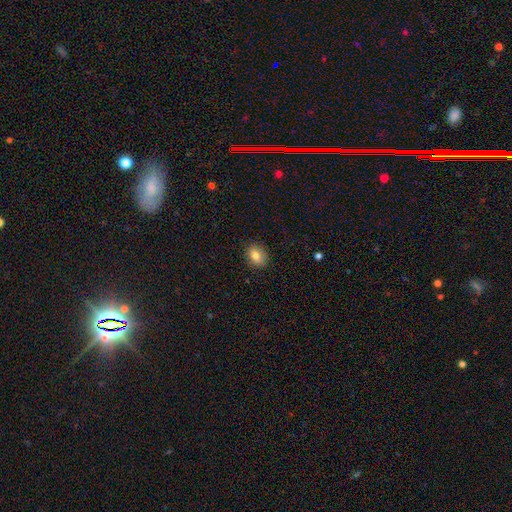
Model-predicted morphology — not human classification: A smooth galaxy with no disk features (81%) that is in between round and cigar-shaped (61%).

Vote fractions:
- Smooth or featured? smooth: 81% / featured or disk: 10% / star or artifact: 9%
- How rounded? in between: 61% / round: 38% / cigar-shaped: 1%
- Merging? none: 86% / minor disturbance: 10% / major disturbance: 2% / merger: 1%